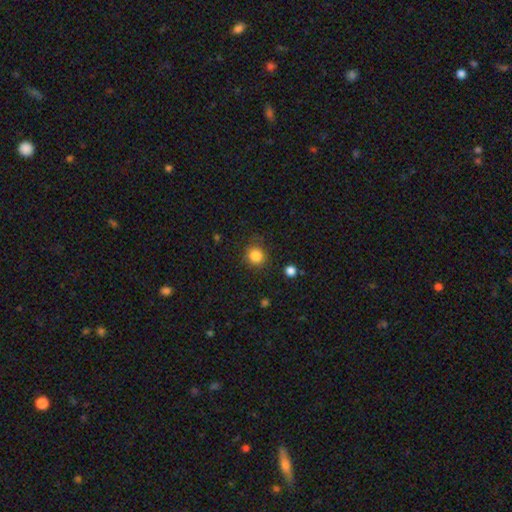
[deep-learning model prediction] Smooth or featured? smooth (84%)
How rounded? round (86%)
Merging? none (82%)